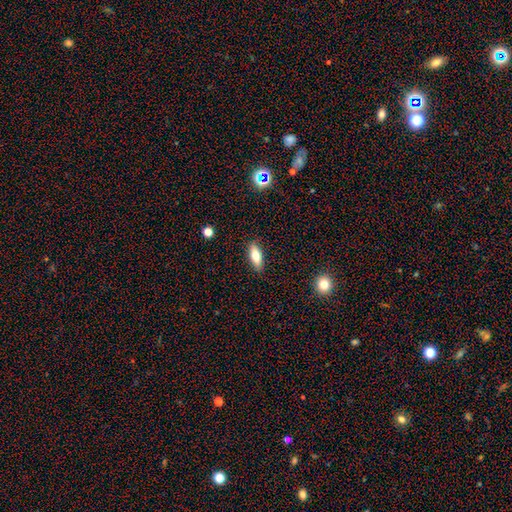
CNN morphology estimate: Overall: smooth (70%). How rounded: in between (63%; cigar-shaped 34%). Merging: none (87%).